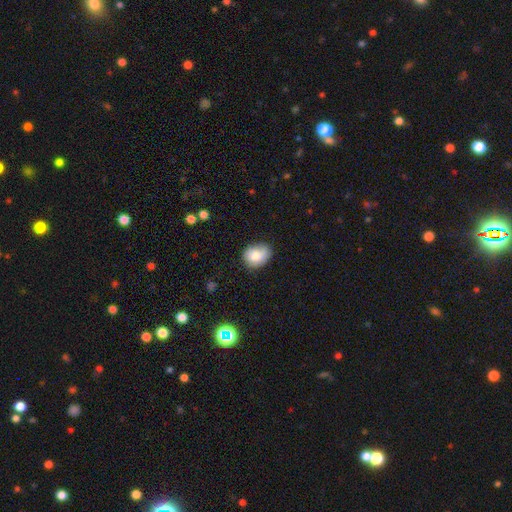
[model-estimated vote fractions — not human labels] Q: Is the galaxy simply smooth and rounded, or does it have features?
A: smooth — 82%.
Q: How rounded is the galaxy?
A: in between — 54%.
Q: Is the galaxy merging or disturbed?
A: none — 70%.